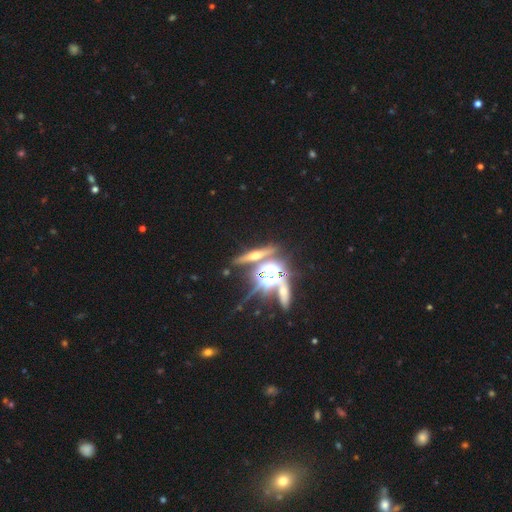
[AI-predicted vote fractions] This appears to be a featured or disk galaxy (43%). Merging: none (74%).